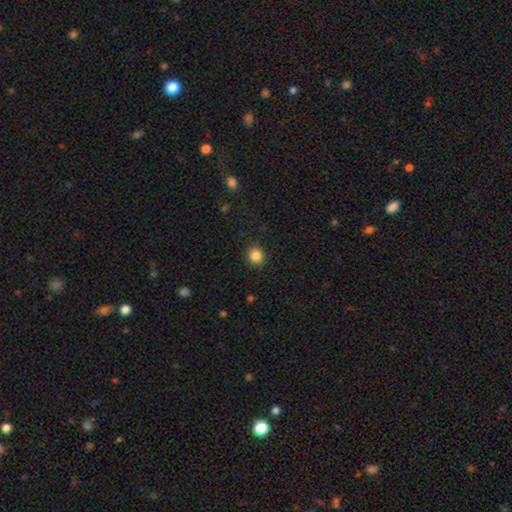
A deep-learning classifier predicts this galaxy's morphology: The model was most divided on "how rounded": round: 84%, in between: 15%, cigar-shaped: 1%. More confident: merging — none (90%); smooth or featured — smooth (86%).